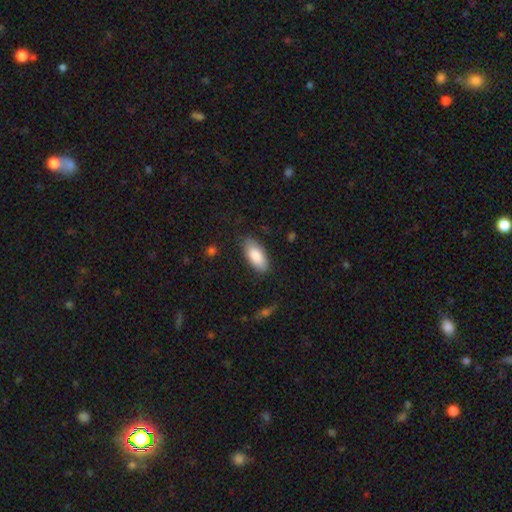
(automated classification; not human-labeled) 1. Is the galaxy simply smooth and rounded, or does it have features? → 86% smooth, 8% featured or disk, 6% star or artifact.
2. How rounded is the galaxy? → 89% in between, 9% cigar-shaped, 2% round.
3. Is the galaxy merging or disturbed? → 82% none, 14% minor disturbance, 3% major disturbance, 1% merger.